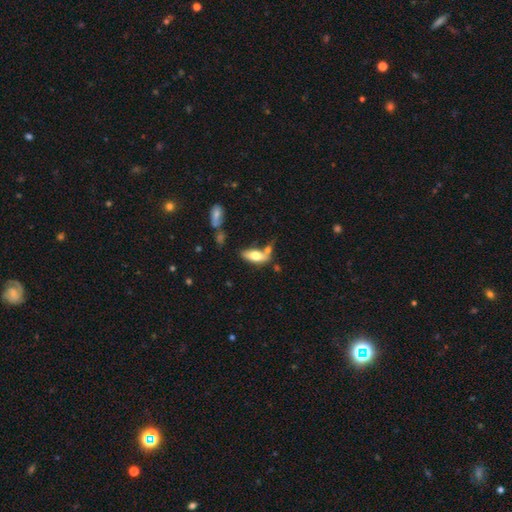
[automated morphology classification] A smooth galaxy with no disk features (68%) that is in between round and cigar-shaped (80%).

Vote fractions:
- Smooth or featured? smooth: 68% / featured or disk: 25% / star or artifact: 7%
- How rounded? in between: 80% / cigar-shaped: 18% / round: 3%
- Merging? none: 48% / merger: 25% / minor disturbance: 19% / major disturbance: 8%